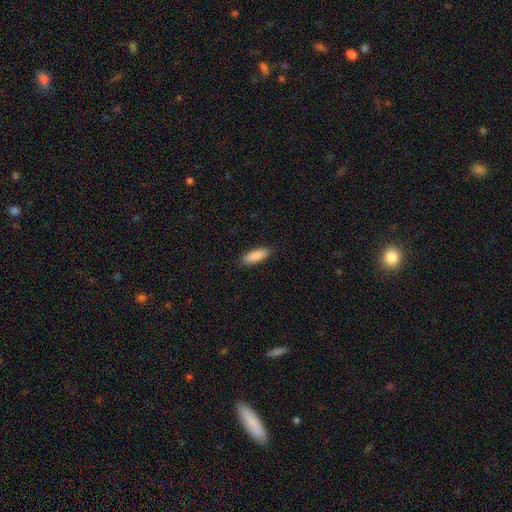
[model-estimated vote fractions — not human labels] smooth_or_featured: smooth (p=0.88) [alt: featured or disk p=0.07]
how_rounded: in between (p=0.56) [alt: cigar-shaped p=0.42]
merging: none (p=0.88) [alt: minor disturbance p=0.09]